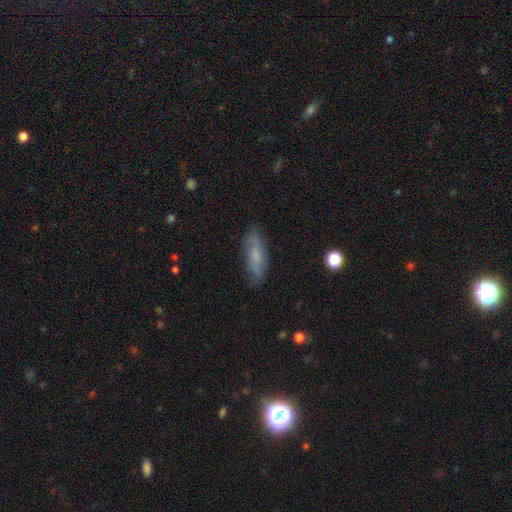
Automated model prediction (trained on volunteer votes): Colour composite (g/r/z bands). It shows a smooth galaxy with no disk features (62%) that is in between round and cigar-shaped (55%). Merging: none (80%).